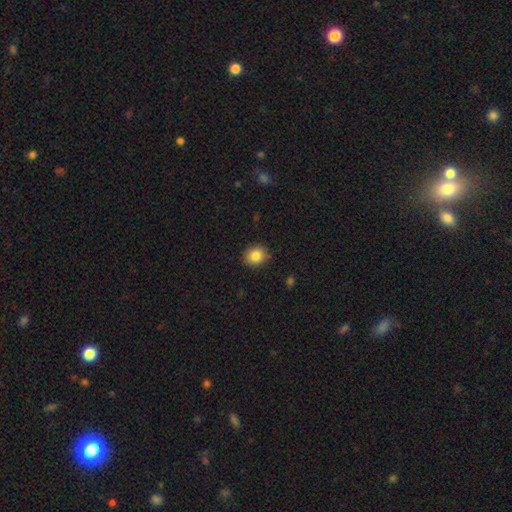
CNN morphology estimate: Smooth or featured? Predicted: smooth (p=0.84). How rounded? Predicted: round (p=0.71). Merging? Predicted: none (p=0.89).